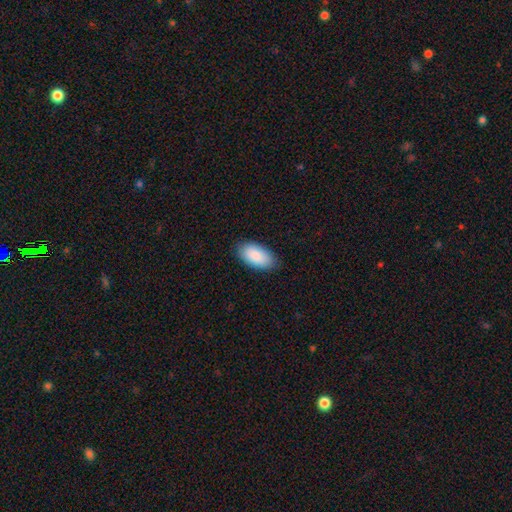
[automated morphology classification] A smooth galaxy with no disk features (89%) that is in between round and cigar-shaped (96%).

Vote fractions:
- Smooth or featured? smooth: 89% / star or artifact: 6% / featured or disk: 5%
- How rounded? in between: 96% / cigar-shaped: 2% / round: 2%
- Merging? none: 85% / minor disturbance: 12% / major disturbance: 2% / merger: 1%